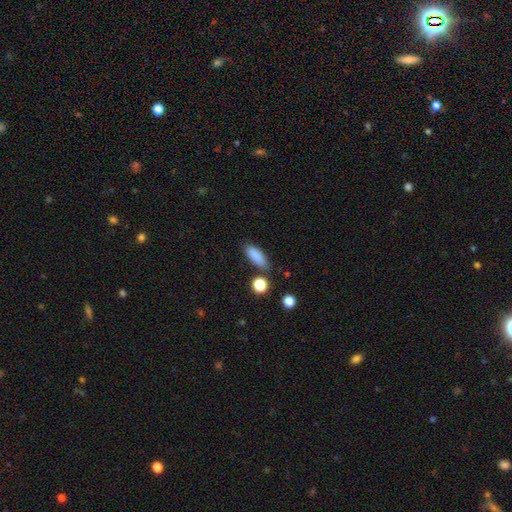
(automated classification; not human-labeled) Smooth or featured? Predicted: smooth (p=0.87). How rounded? Predicted: in between (p=0.70). Merging? Predicted: none (p=0.79).